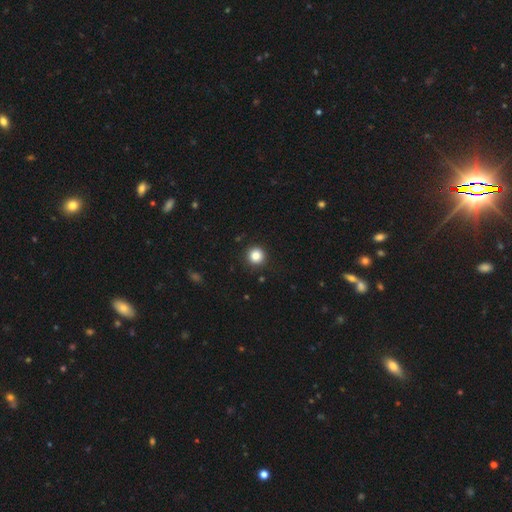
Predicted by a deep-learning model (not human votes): The model was most divided on "smooth or featured": smooth: 84%, star or artifact: 11%, featured or disk: 5%. More confident: how rounded — round (95%); merging — none (92%).